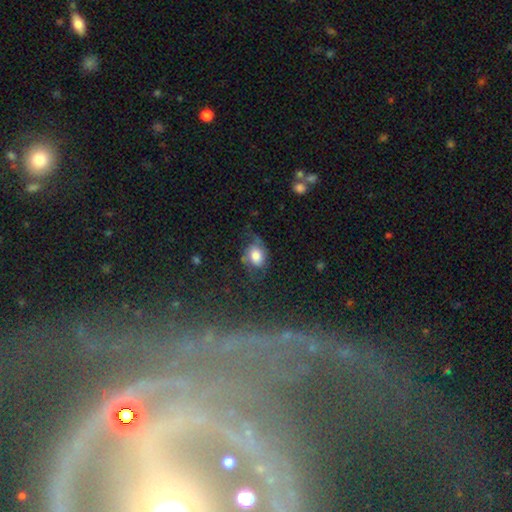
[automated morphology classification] This appears to be a smooth galaxy with no disk features (52%) that is in between round and cigar-shaped (60%). Merging: none (43%).